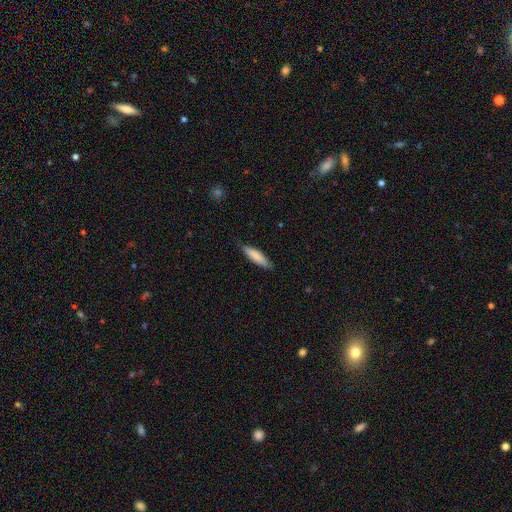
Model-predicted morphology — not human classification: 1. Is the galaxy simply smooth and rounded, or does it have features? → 83% smooth, 12% featured or disk, 6% star or artifact.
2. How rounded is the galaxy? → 69% cigar-shaped, 30% in between, 1% round.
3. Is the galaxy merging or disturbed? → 81% none, 16% minor disturbance, 2% major disturbance, 1% merger.